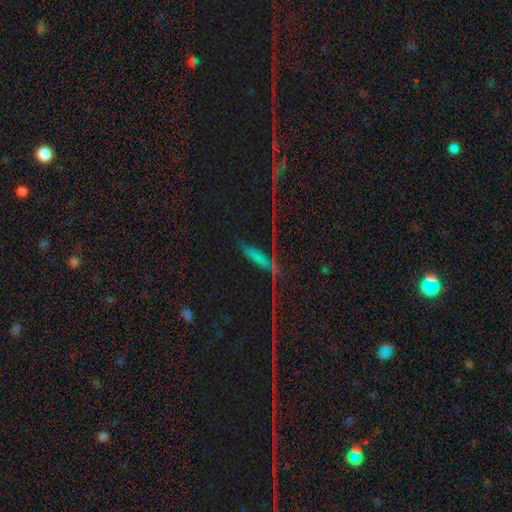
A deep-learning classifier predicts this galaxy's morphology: Smooth or featured? Predicted: star or artifact (p=0.51).